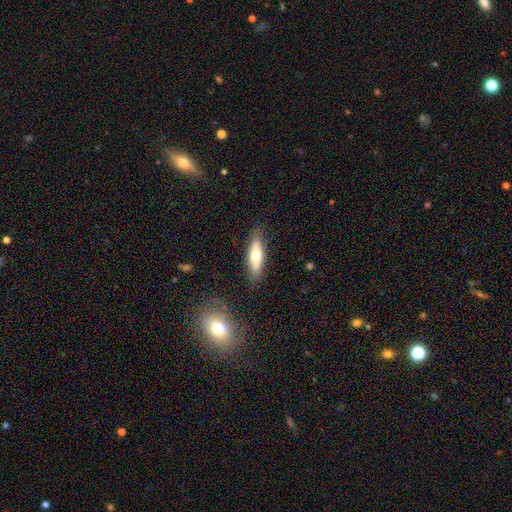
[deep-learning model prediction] smooth 60%, featured or disk 34%, star or artifact 6%. Down the decision tree: how rounded — cigar-shaped (51%); merging — none (85%).